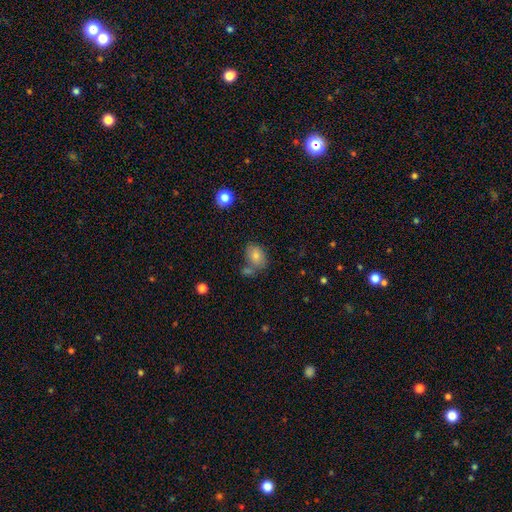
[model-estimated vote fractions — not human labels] This is likely a smooth galaxy (77%). How rounded: likely in between (76%). Merging: possibly none (57%).